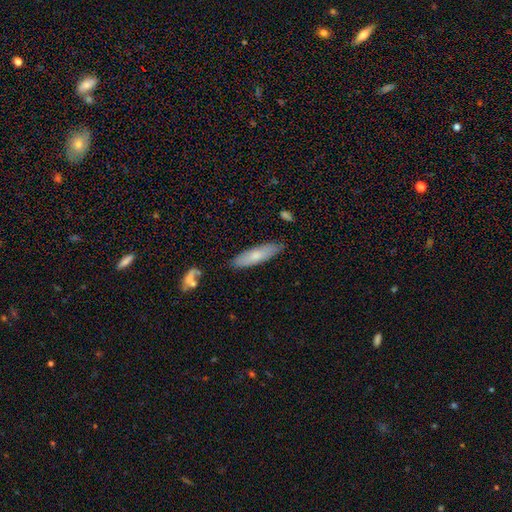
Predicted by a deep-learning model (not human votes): The model was most divided on "how rounded": cigar-shaped: 65%, in between: 33%, round: 2%. More confident: merging — none (82%); smooth or featured — smooth (71%).